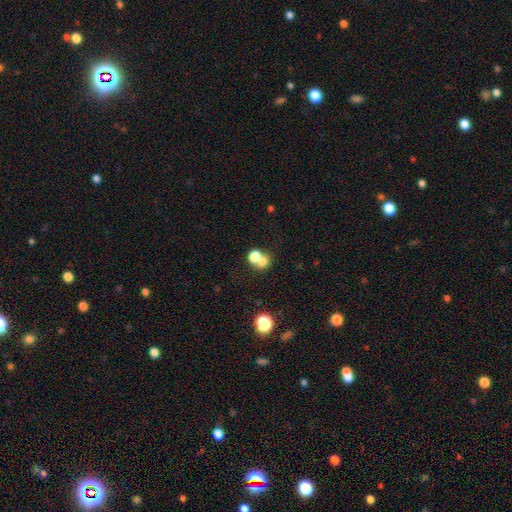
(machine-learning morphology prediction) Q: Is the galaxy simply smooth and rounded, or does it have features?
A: smooth — 71%.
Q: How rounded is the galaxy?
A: round — 56%.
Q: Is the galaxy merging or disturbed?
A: merger — 63%.